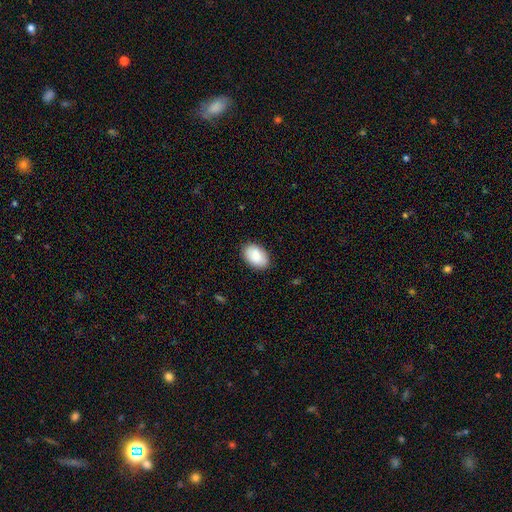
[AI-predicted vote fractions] This is clearly a smooth galaxy (88%). How rounded: clearly in between (91%). Merging: clearly none (87%).